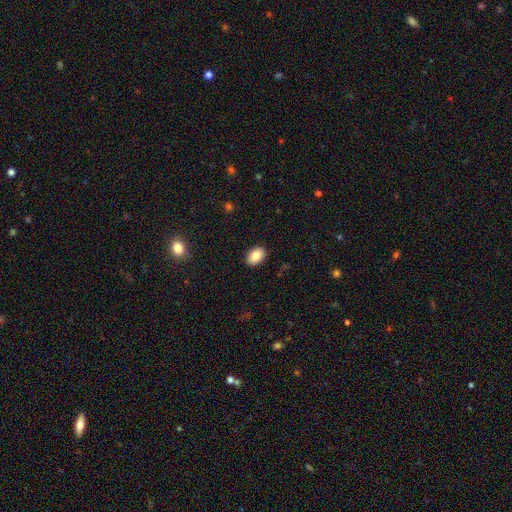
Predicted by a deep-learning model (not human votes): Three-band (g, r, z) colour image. It shows a smooth galaxy with no disk features (86%) that is in between round and cigar-shaped (86%). Merging: none (89%).